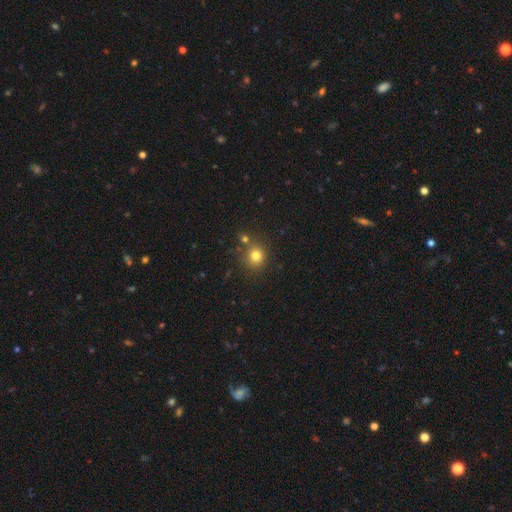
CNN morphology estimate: The model was most divided on "merging": none: 75%, merger: 12%, minor disturbance: 10%, major disturbance: 3%. More confident: how rounded — round (88%); smooth or featured — smooth (78%).